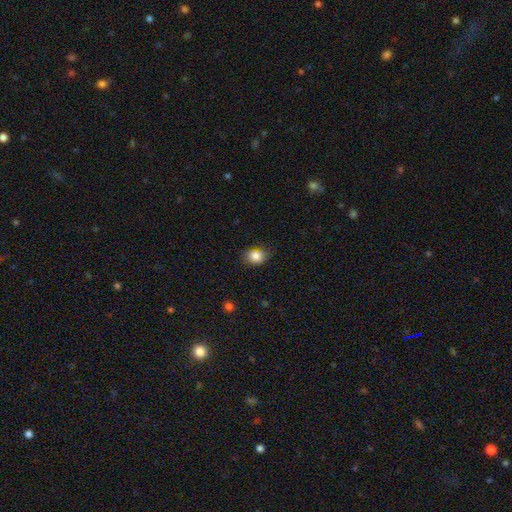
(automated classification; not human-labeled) Smooth or featured?
  - smooth: 85% *
  - star or artifact: 9%
  - featured or disk: 6%
How rounded?
  - in between: 54% *
  - round: 44%
  - cigar-shaped: 1%
Merging?
  - none: 73% *
  - minor disturbance: 21%
  - major disturbance: 4%
  - merger: 2%